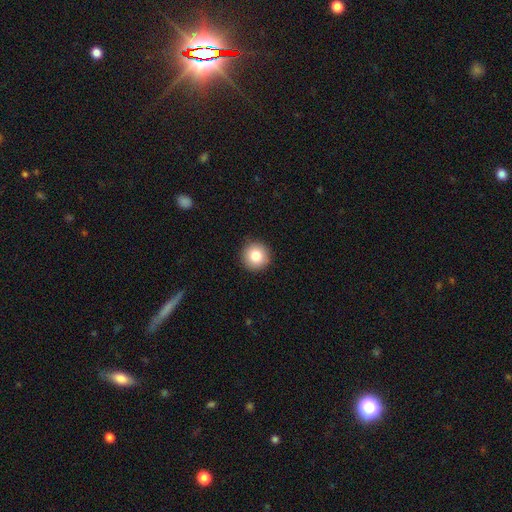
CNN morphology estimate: A smooth galaxy with no disk features (81%) that is round (95%).

Vote fractions:
- Smooth or featured? smooth: 81% / star or artifact: 10% / featured or disk: 9%
- How rounded? round: 95% / in between: 4% / cigar-shaped: 1%
- Merging? none: 92% / minor disturbance: 6% / major disturbance: 2% / merger: 1%